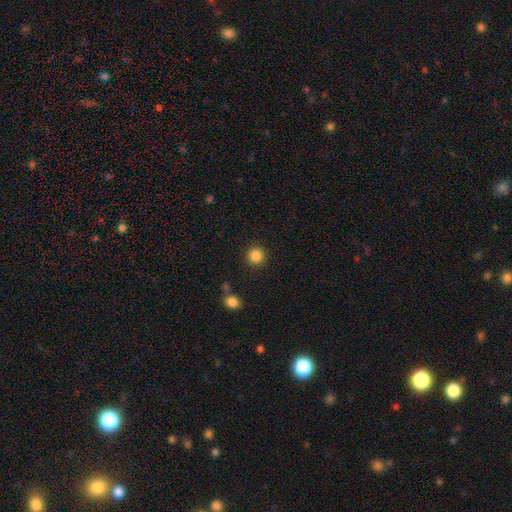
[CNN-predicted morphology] type=smooth (85%); roundness=round (94%); merging=none (90%).